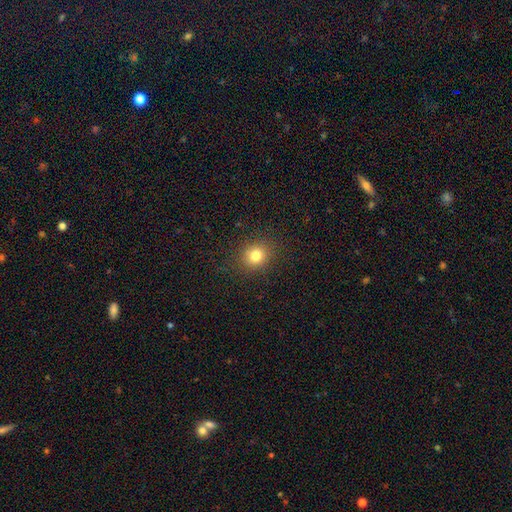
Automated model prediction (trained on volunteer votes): This appears to be a smooth galaxy with no disk features (79%) that is round (79%). Merging: none (88%).